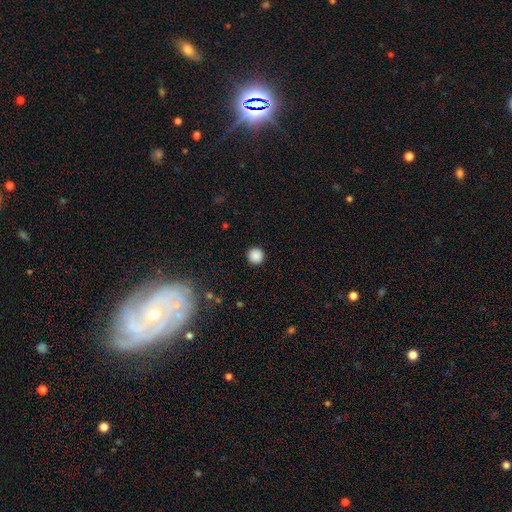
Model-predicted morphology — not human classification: Smooth or featured? Predicted: smooth (p=0.88). How rounded? Predicted: round (p=0.96). Merging? Predicted: none (p=0.92).